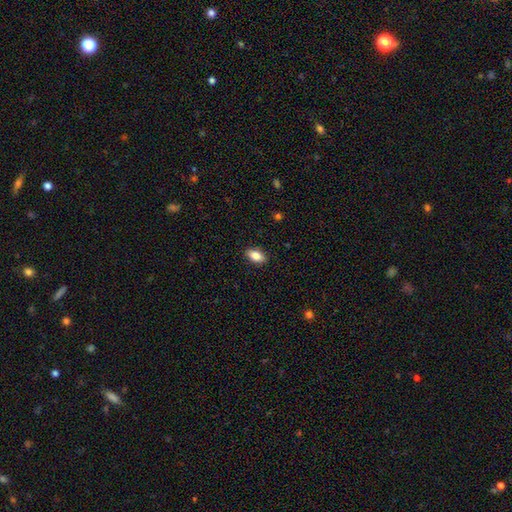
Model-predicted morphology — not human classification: smooth-or-featured: smooth: 85% | star or artifact: 8% | featured or disk: 7%
  how-rounded: in between: 90% | round: 5% | cigar-shaped: 5%
  merging: none: 89% | minor disturbance: 8% | major disturbance: 2% | merger: 1%